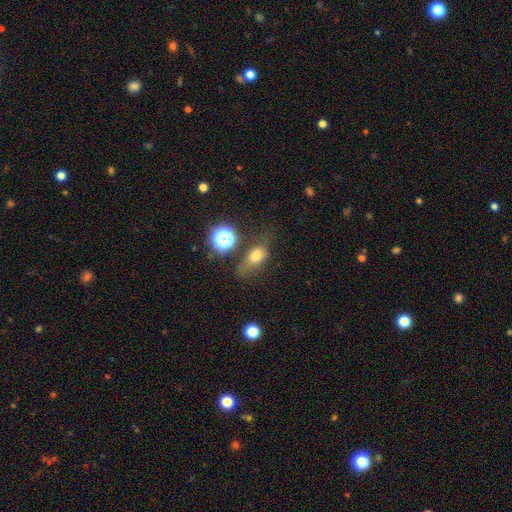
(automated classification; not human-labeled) The model was most divided on "merging": none: 51%, minor disturbance: 24%, major disturbance: 16%, merger: 9%. More confident: how rounded — in between (68%); smooth or featured — smooth (65%).